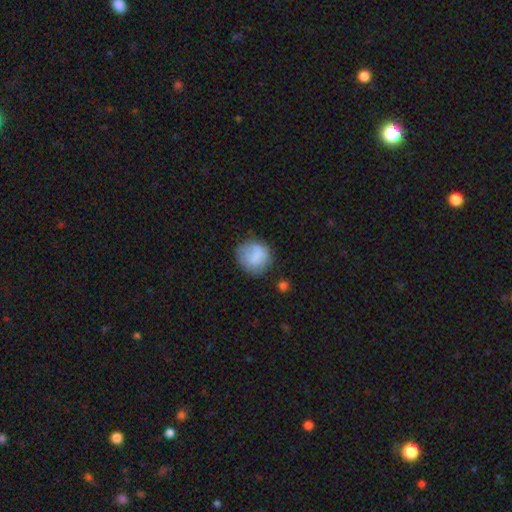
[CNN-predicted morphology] Q: Smooth or featured?
A: smooth (77%); runner-up: featured or disk (15%)
Q: How rounded?
A: round (82%); runner-up: in between (17%)
Q: Merging?
A: none (66%); runner-up: minor disturbance (22%)